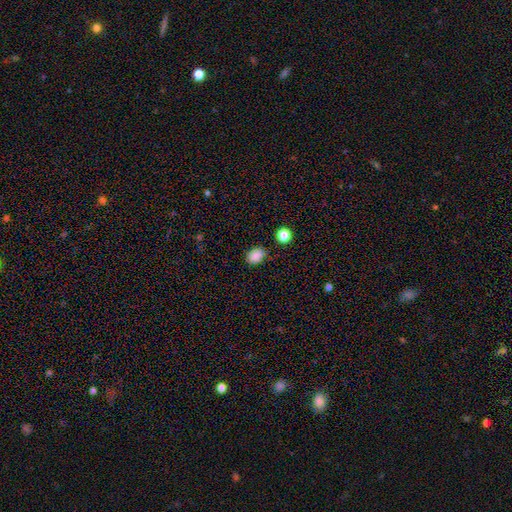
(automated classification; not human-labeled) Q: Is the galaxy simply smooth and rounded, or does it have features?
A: smooth — 86%.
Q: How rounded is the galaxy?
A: in between — 61%.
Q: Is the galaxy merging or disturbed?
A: none — 82%.